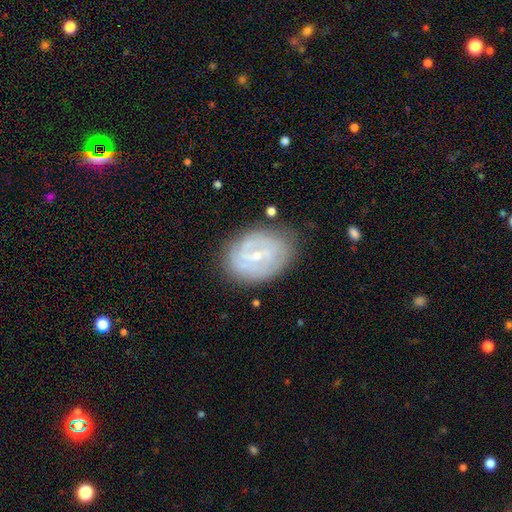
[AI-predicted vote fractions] smooth-or-featured: featured or disk: 70% | smooth: 23% | star or artifact: 7%
  disk-edge-on: no: 96% | yes: 4%
    bar: weak: 49% | no: 31% | strong: 20%
    has-spiral-arms: yes: 68% | no: 32%
    bulge-size: small: 74% | moderate: 21% | none: 3% | large: 1% | dominant: 1%
  merging: none: 74% | minor disturbance: 18% | major disturbance: 6% | merger: 2%